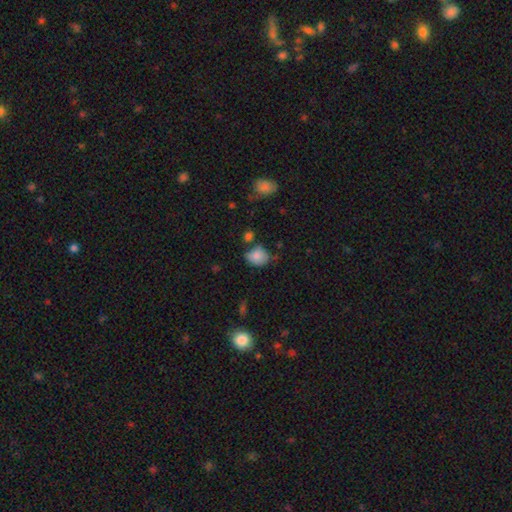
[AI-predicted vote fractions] Smooth or featured? Predicted: smooth (p=0.82). How rounded? Predicted: in between (p=0.52). Merging? Predicted: none (p=0.56).